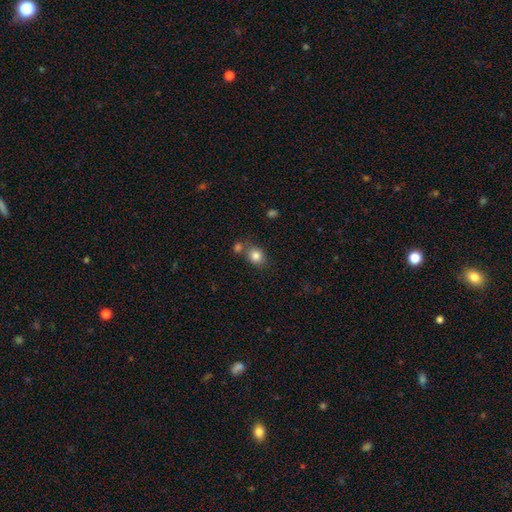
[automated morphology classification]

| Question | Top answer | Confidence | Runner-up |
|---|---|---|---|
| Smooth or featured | smooth | 83% | star or artifact (10%) |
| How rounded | round | 63% | in between (36%) |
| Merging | none | 59% | merger (24%) |